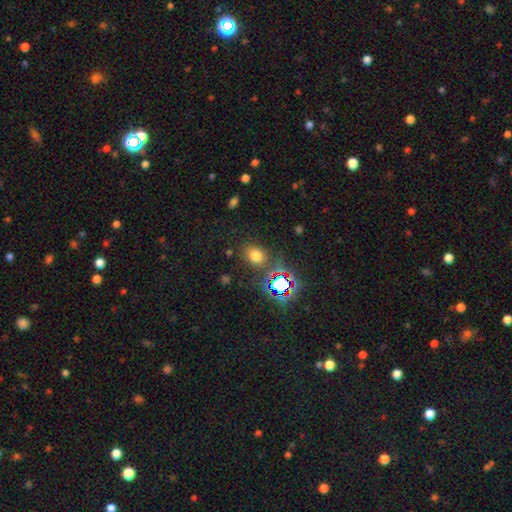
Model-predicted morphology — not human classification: Q: Smooth or featured?
A: smooth (66%); runner-up: star or artifact (26%)
Q: How rounded?
A: in between (60%); runner-up: round (38%)
Q: Merging?
A: none (78%); runner-up: minor disturbance (12%)